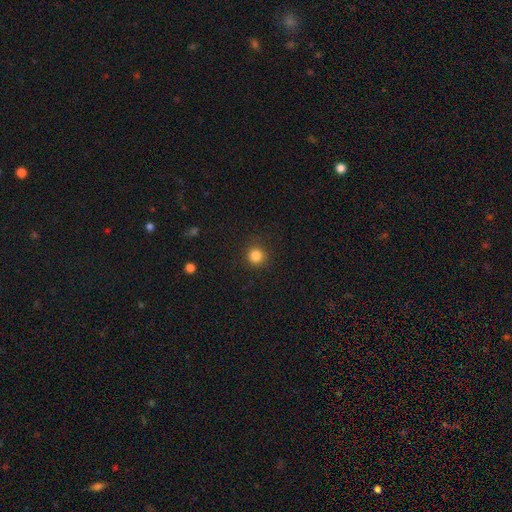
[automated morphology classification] A smooth galaxy with no disk features (84%) that is round (93%).

Vote fractions:
- Smooth or featured? smooth: 84% / star or artifact: 12% / featured or disk: 4%
- How rounded? round: 93% / in between: 6% / cigar-shaped: 1%
- Merging? none: 89% / minor disturbance: 7% / major disturbance: 3% / merger: 1%